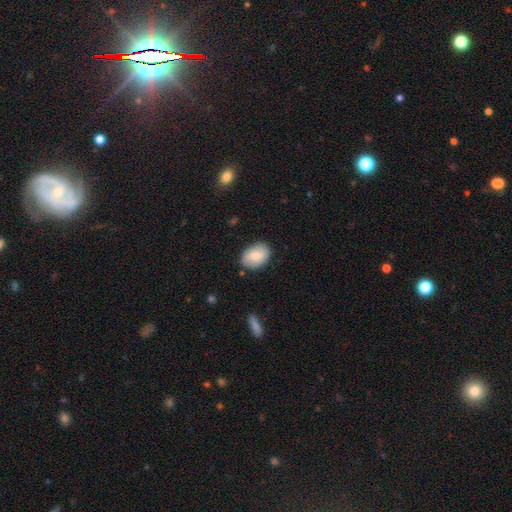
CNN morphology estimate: This is clearly a smooth galaxy (82%). How rounded: clearly in between (82%). Merging: clearly none (82%).